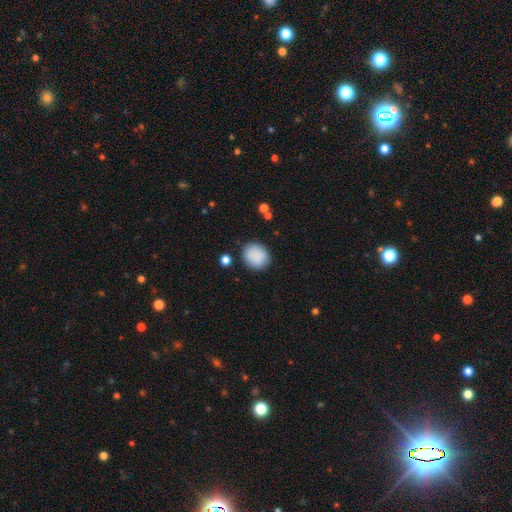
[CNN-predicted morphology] Overall: smooth (88%). How rounded: round (79%). Merging: none (85%).